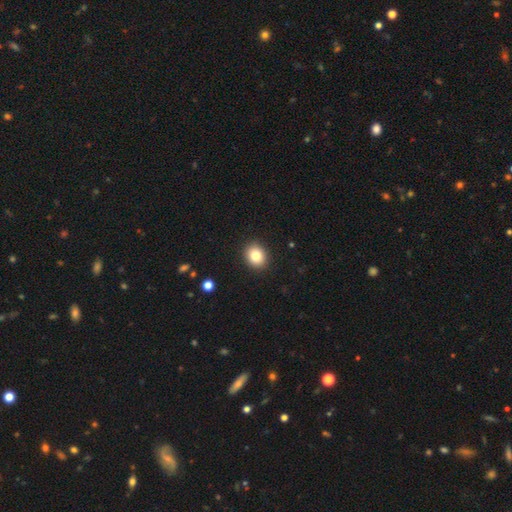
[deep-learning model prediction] Overall: smooth (83%). How rounded: round (63%; in between 36%). Merging: none (91%).